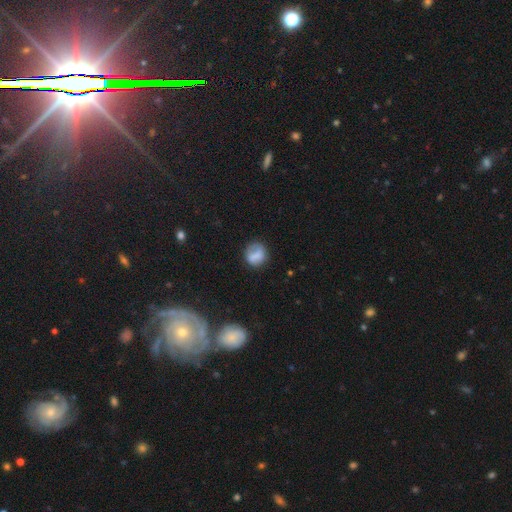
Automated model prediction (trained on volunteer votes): Morphology: type=smooth (74%); roundness=round (73%); merging=none (62%).